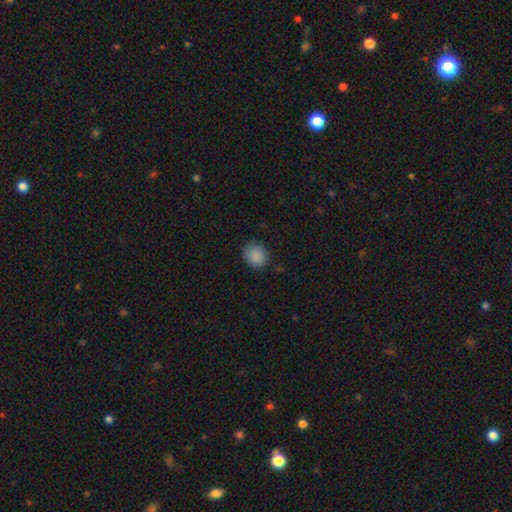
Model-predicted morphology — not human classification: A smooth galaxy with no disk features (88%) that is round (68%). Merging: none (85%).